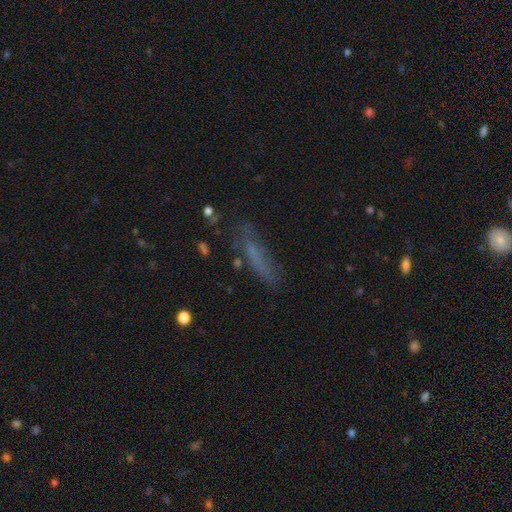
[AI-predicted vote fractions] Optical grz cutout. It shows a smooth galaxy with no disk features (58%) that is cigar-shaped (75%). Merging: none (62%).